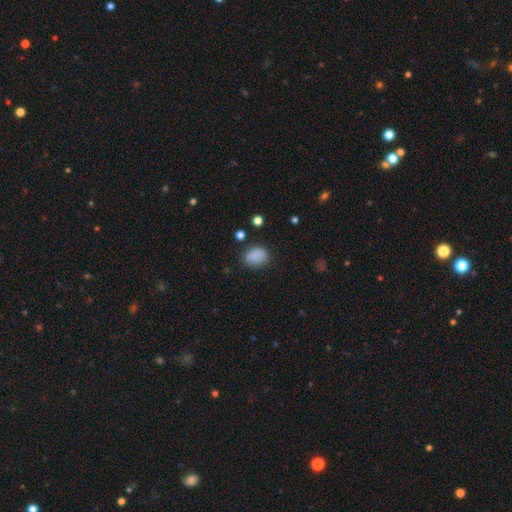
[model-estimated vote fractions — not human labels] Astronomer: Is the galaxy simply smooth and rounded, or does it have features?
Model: smooth — 86%.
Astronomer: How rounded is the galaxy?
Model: in between — 64%.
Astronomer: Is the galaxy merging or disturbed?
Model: none — 80%.